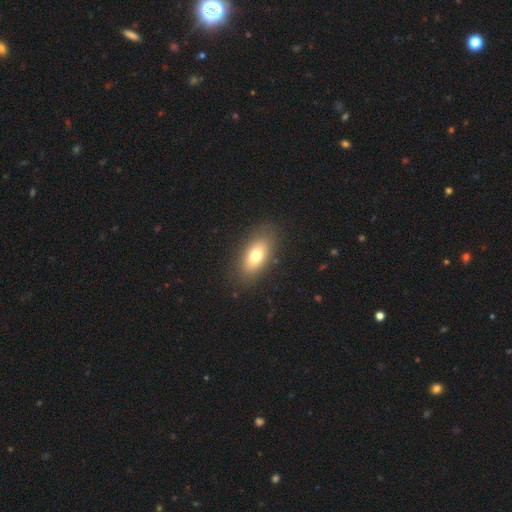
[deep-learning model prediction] Smooth or featured? Predicted: smooth (p=0.73). How rounded? Predicted: in between (p=0.87). Merging? Predicted: none (p=0.85).